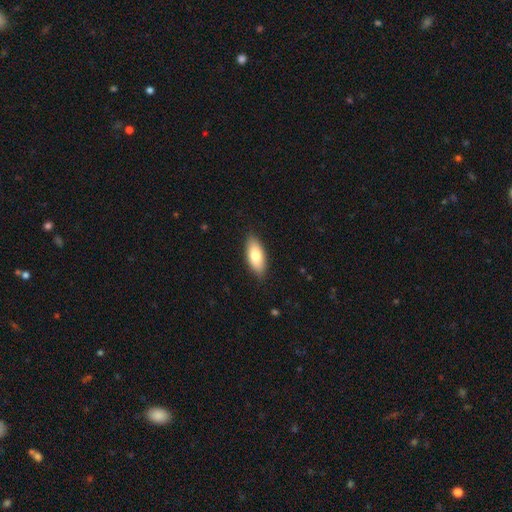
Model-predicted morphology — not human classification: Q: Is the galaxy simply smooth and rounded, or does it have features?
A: smooth — 79%.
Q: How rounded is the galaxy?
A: in between — 84%.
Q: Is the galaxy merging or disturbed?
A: none — 85%.